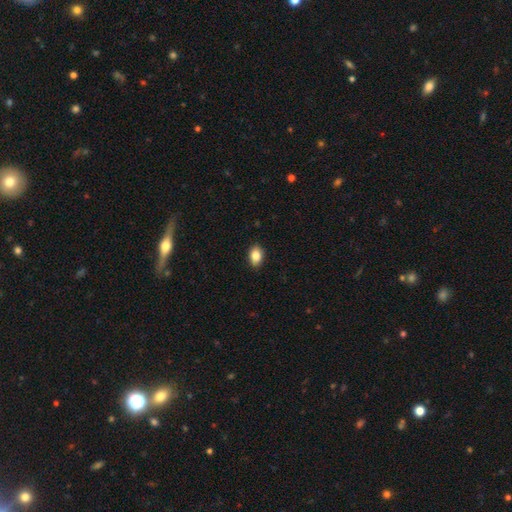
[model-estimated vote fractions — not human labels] Smooth or featured? Predicted: smooth (p=0.87). How rounded? Predicted: in between (p=0.84). Merging? Predicted: none (p=0.89).